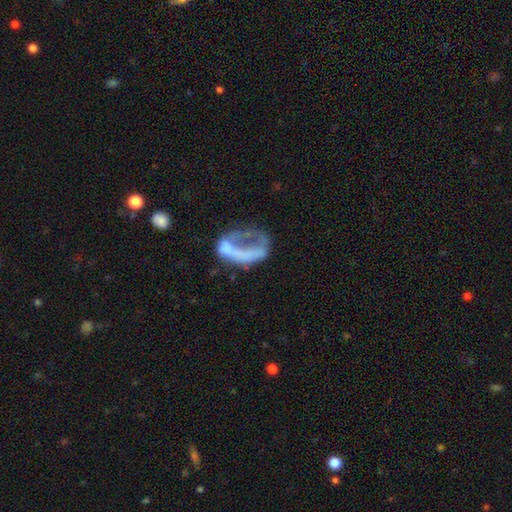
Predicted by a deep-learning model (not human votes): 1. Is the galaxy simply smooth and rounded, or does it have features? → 51% featured or disk, 36% smooth, 12% star or artifact.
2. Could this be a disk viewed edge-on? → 96% no, 4% yes.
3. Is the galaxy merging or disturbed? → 53% major disturbance, 22% none, 13% minor disturbance, 12% merger.